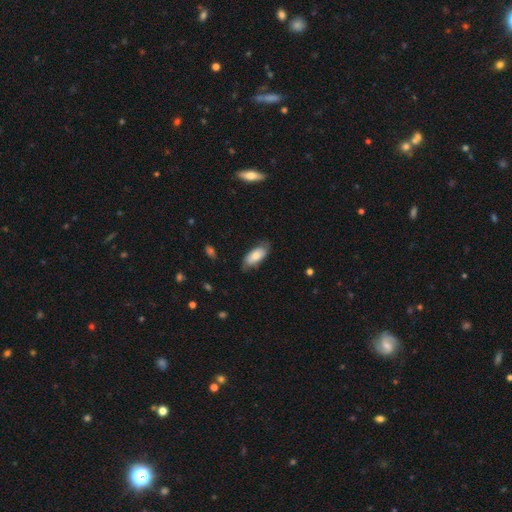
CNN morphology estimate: smooth 73%, featured or disk 21%, star or artifact 6%. Down the decision tree: how rounded — in between (86%); merging — none (73%).